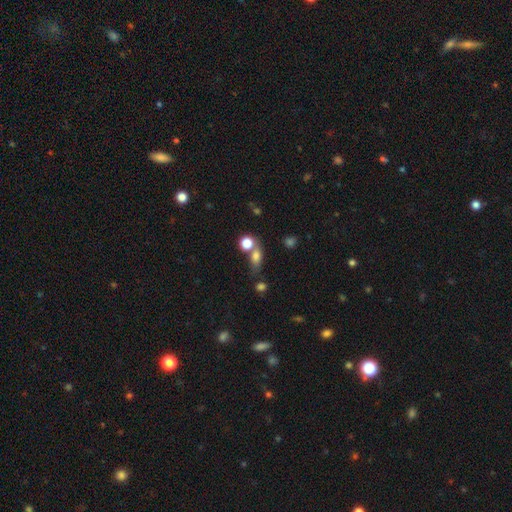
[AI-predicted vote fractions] Smooth or featured: smooth — 76% (star or artifact — 13%)
How rounded: in between — 60% (round — 33%)
Merging: none — 47% (merger — 33%)